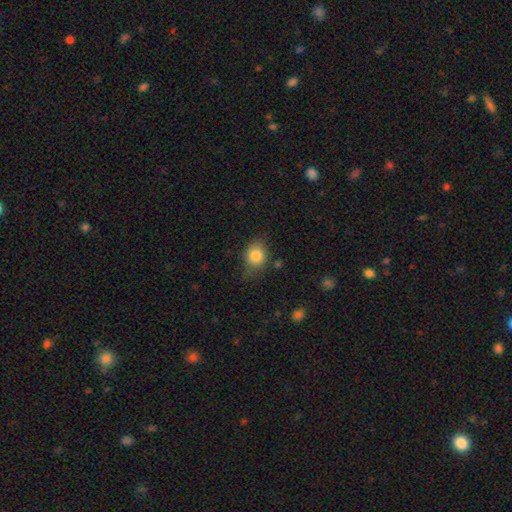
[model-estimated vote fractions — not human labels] Smooth or featured? smooth (83%)
How rounded? round (53%)
Merging? none (66%)